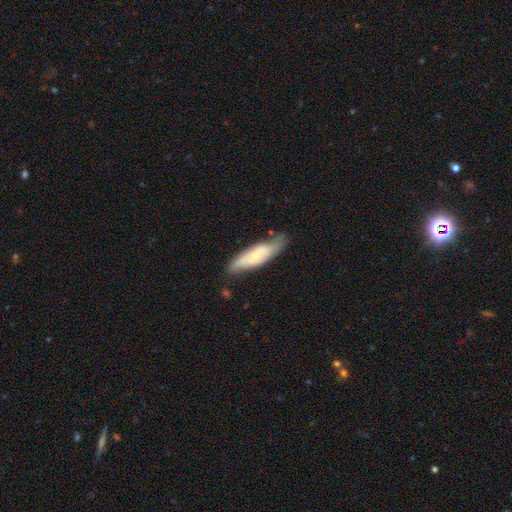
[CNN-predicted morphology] This is possibly a smooth galaxy (57%). How rounded: likely cigar-shaped (60%). Merging: likely none (67%).